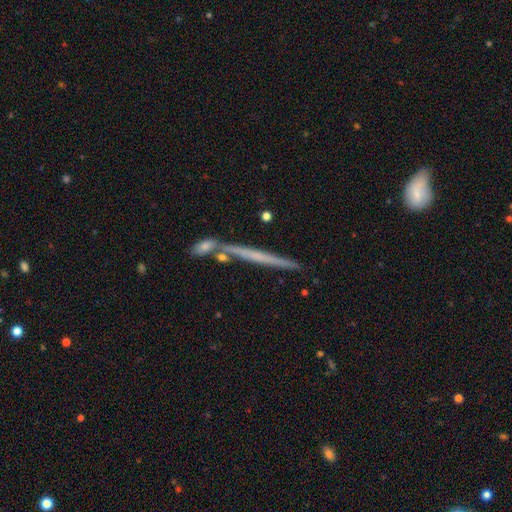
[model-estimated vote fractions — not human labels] This is likely a featured or disk galaxy (60%). It is clearly viewed edge-on (96%). Edge-on bulge: likely none (77%). Merging: likely none (77%).